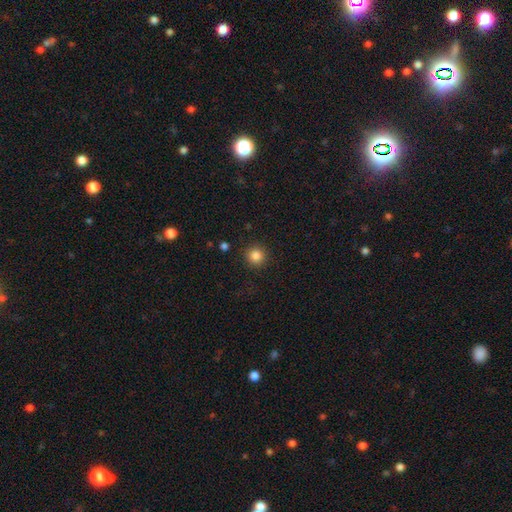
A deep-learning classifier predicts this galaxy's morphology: The model was most divided on "smooth or featured": smooth: 85%, star or artifact: 11%, featured or disk: 4%. More confident: how rounded — round (95%); merging — none (91%).